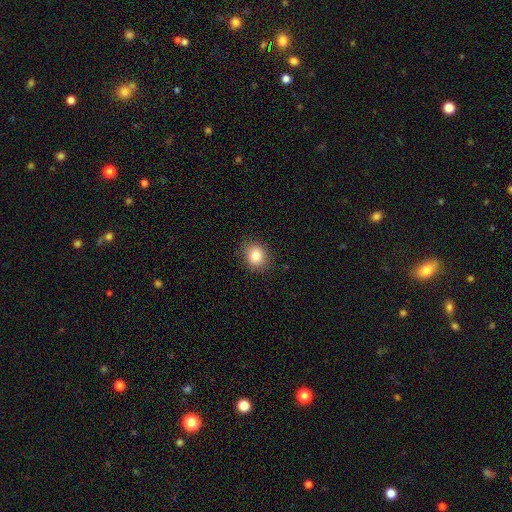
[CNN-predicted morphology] A smooth galaxy with no disk features (83%) that is round (68%). Merging: none (88%).